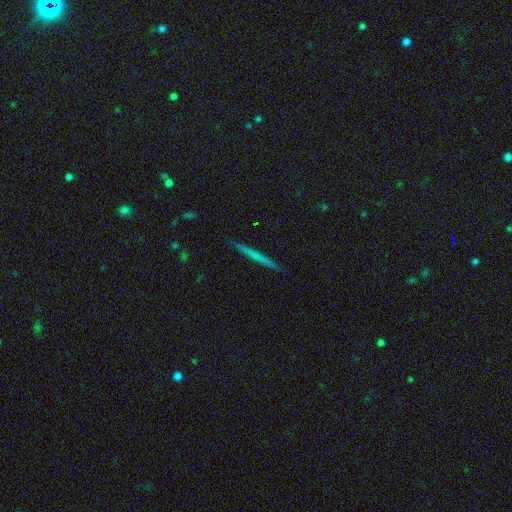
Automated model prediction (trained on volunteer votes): A smooth galaxy with no disk features (48%). Merging: none (92%).